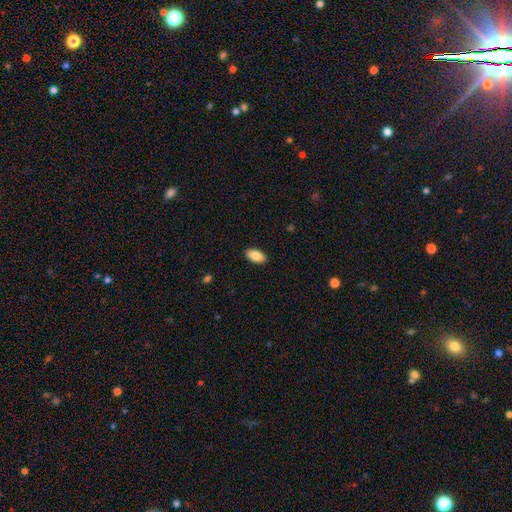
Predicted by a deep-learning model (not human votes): This appears to be a smooth galaxy with no disk features (86%) that is in between round and cigar-shaped (94%). Merging: none (90%).